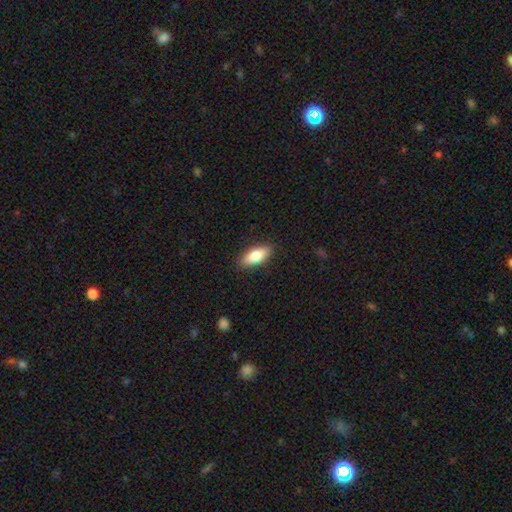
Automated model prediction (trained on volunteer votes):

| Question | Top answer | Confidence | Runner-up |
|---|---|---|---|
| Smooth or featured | smooth | 81% | featured or disk (12%) |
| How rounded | in between | 79% | cigar-shaped (18%) |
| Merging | none | 88% | minor disturbance (9%) |